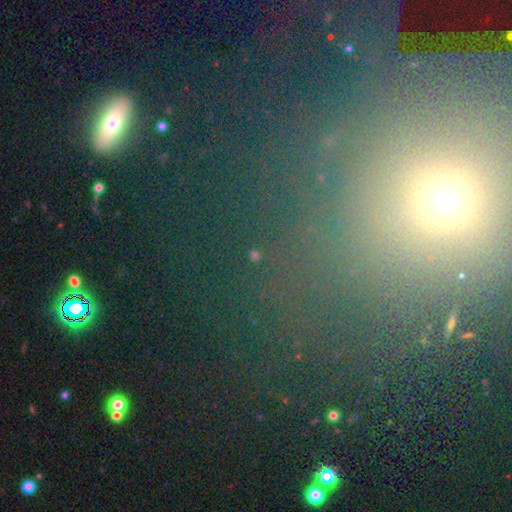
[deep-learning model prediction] smooth-or-featured: star or artifact: 68% | smooth: 22% | featured or disk: 10%